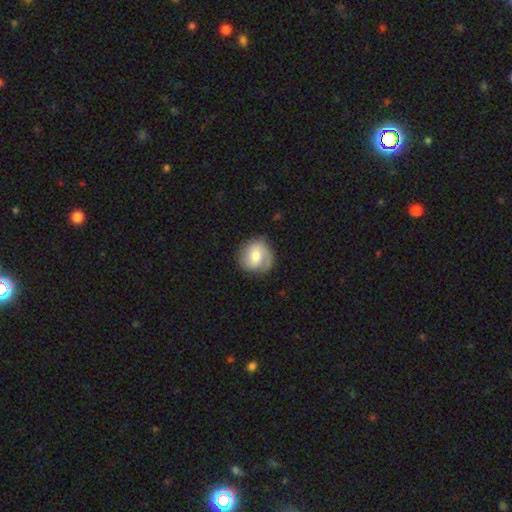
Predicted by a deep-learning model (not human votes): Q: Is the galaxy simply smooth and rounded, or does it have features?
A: featured or disk — 48%.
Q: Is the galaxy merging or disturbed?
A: none — 73%.